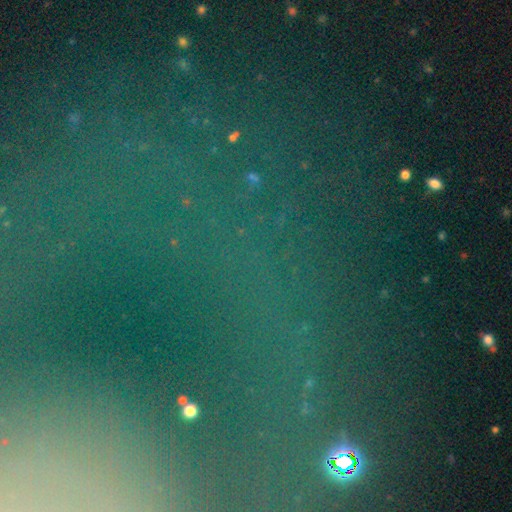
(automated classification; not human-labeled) Morphology: type=star or artifact (79%).